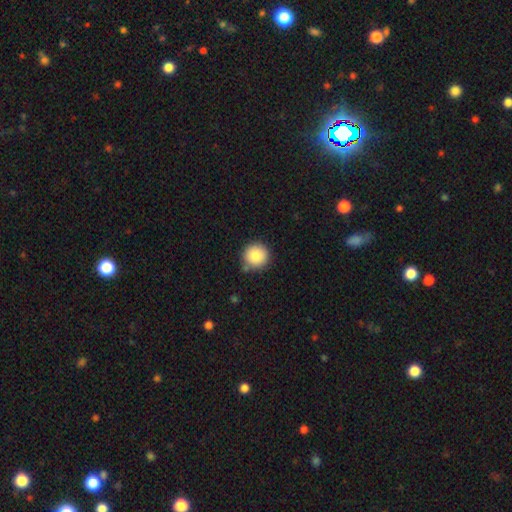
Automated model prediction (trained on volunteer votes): Smooth or featured? Predicted: smooth (p=0.86). How rounded? Predicted: round (p=0.94). Merging? Predicted: none (p=0.82).